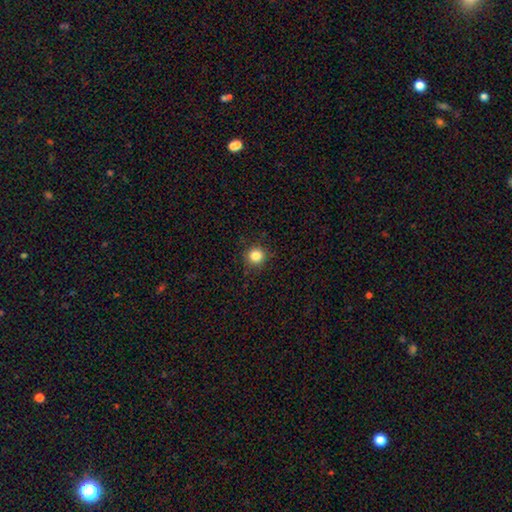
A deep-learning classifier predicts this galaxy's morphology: The model was most divided on "smooth or featured": smooth: 84%, star or artifact: 11%, featured or disk: 5%. More confident: how rounded — round (92%); merging — none (90%).